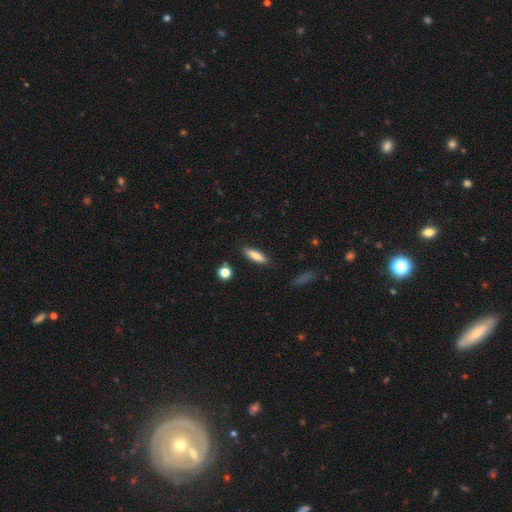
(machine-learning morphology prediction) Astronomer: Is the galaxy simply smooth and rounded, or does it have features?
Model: smooth — 83%.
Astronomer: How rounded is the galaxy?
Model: cigar-shaped — 59% (runner-up: in between, 39%).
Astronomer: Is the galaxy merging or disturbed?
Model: none — 87%.